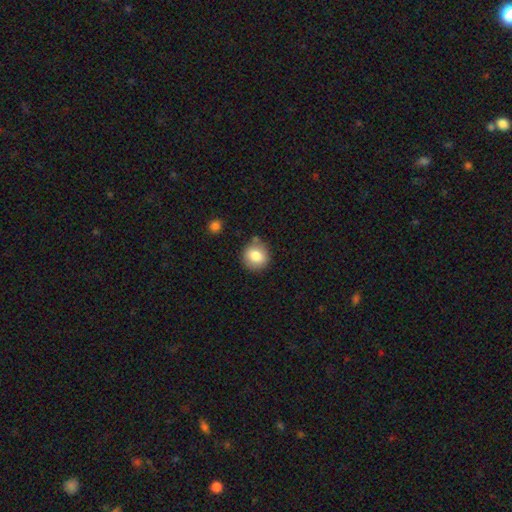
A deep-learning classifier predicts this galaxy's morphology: This is clearly a smooth galaxy (81%). How rounded: clearly round (88%). Merging: likely none (79%).